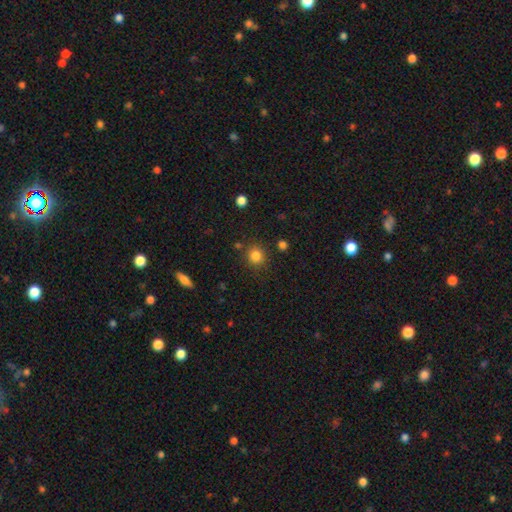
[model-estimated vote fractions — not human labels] Morphology: type=smooth (83%); roundness=round (87%); merging=none (84%).